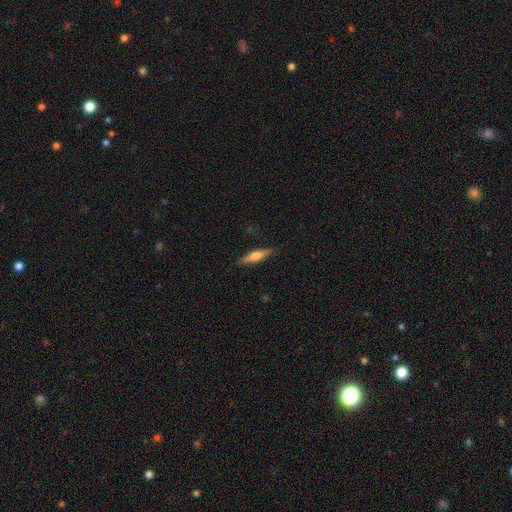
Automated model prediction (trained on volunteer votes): Smooth or featured: smooth — 51% (featured or disk — 43%)
How rounded: cigar-shaped — 80% (in between — 18%)
Merging: none — 88% (minor disturbance — 9%)